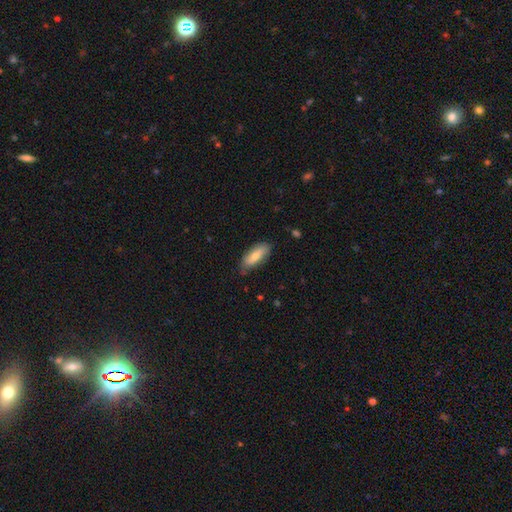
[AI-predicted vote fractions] Smooth or featured? smooth (72%)
How rounded? in between (77%)
Merging? none (76%)